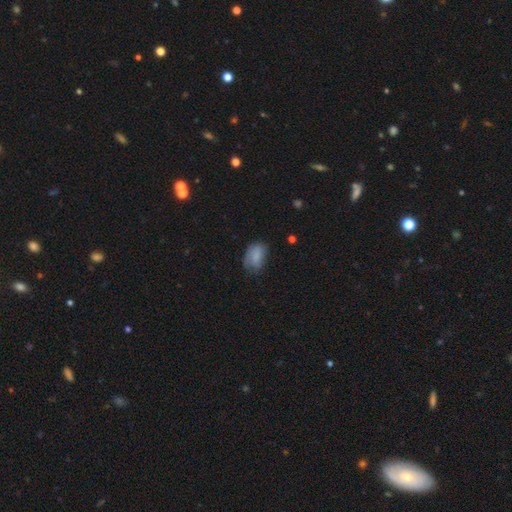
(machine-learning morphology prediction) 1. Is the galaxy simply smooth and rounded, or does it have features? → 76% smooth, 15% featured or disk, 8% star or artifact.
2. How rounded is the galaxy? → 86% in between, 13% round, 2% cigar-shaped.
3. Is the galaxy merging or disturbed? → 54% none, 32% minor disturbance, 12% major disturbance, 2% merger.